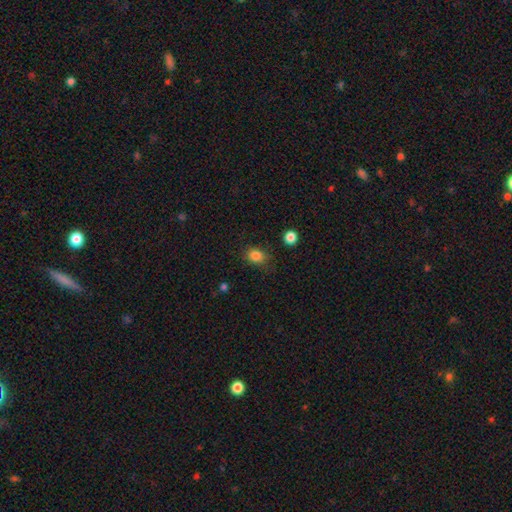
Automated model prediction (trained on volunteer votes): Q: Smooth or featured?
A: smooth (84%); runner-up: star or artifact (11%)
Q: How rounded?
A: round (50%); runner-up: in between (49%)
Q: Merging?
A: none (76%); runner-up: minor disturbance (17%)